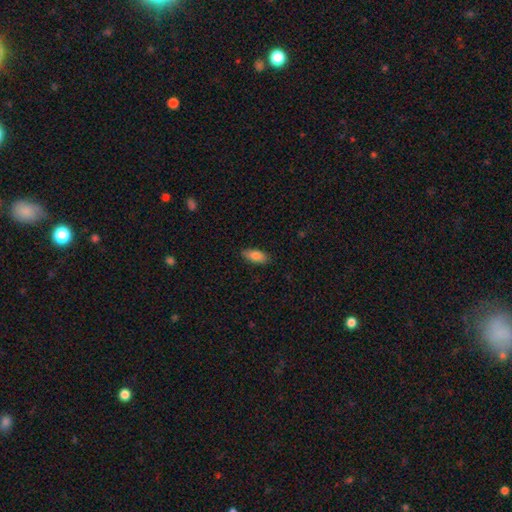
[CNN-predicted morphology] Overall: smooth (85%). How rounded: in between (86%). Merging: none (86%).